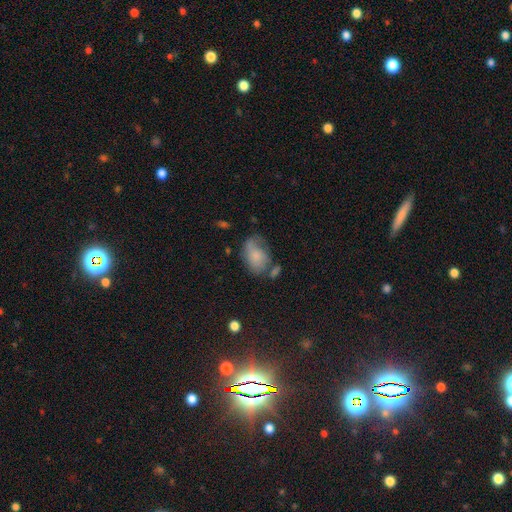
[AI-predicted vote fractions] This is likely a smooth galaxy (69%). How rounded: clearly in between (84%). Merging: marginally none (41%).